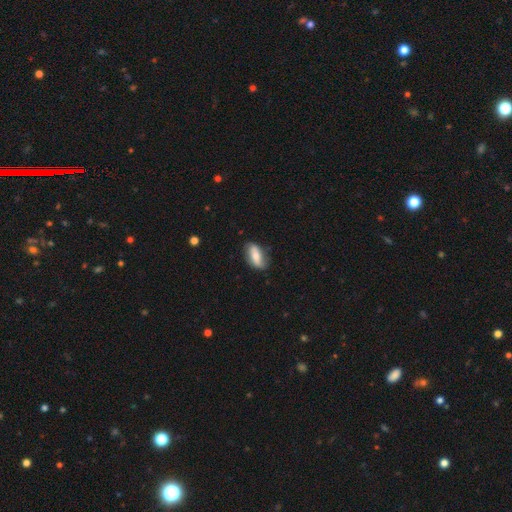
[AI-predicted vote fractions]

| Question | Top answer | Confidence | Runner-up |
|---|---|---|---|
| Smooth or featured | smooth | 52% | featured or disk (41%) |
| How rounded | in between | 85% | cigar-shaped (10%) |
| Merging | none | 75% | minor disturbance (19%) |